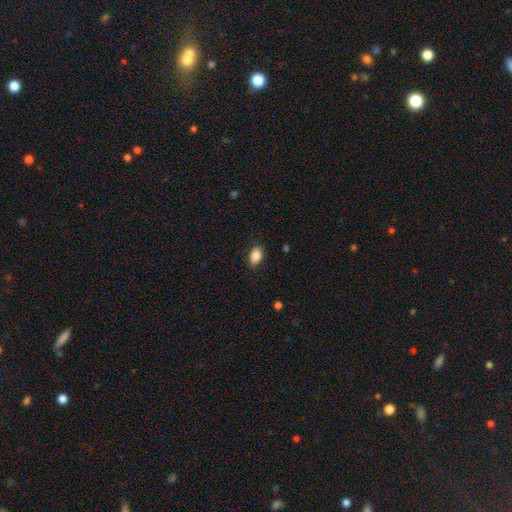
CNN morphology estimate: smooth_or_featured: smooth (p=0.87) [alt: star or artifact p=0.08]
how_rounded: in between (p=0.89) [alt: round p=0.09]
merging: none (p=0.88) [alt: minor disturbance p=0.09]